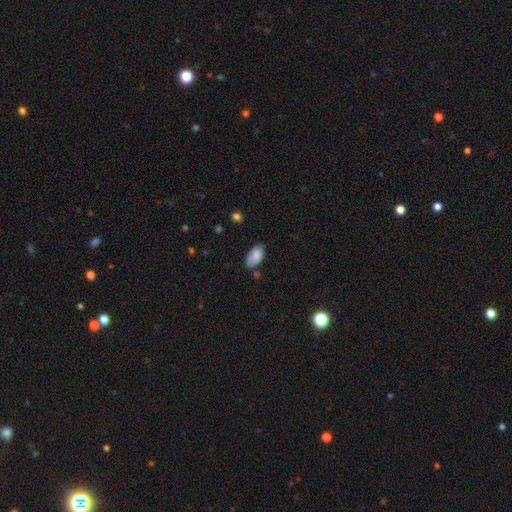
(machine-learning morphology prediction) smooth 81%, featured or disk 12%, star or artifact 7%. Down the decision tree: how rounded — in between (94%); merging — none (60%).